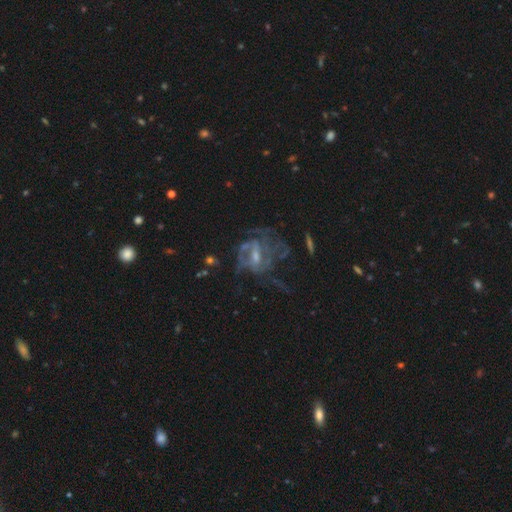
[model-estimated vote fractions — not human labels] Smooth or featured? featured or disk (74%)
Edge-on disk? no (96%)
Bar? weak (49%)
Spiral arms? yes (73%)
Spiral winding? medium (41%)
Spiral arm count? can't tell (47%)
Bulge size? small (45%)
Merging? none (45%)